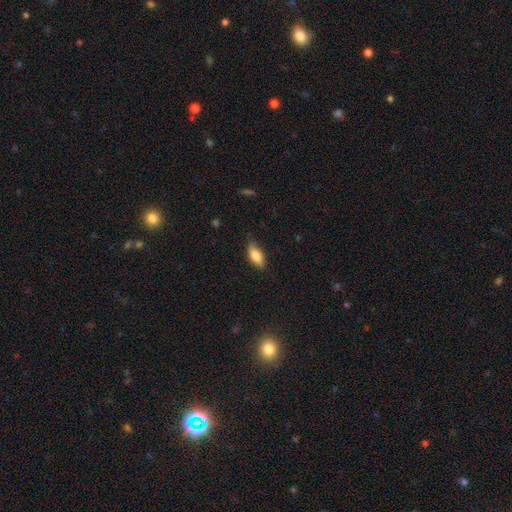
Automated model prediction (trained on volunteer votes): This is clearly a smooth galaxy (80%). How rounded: clearly in between (84%). Merging: likely none (75%).